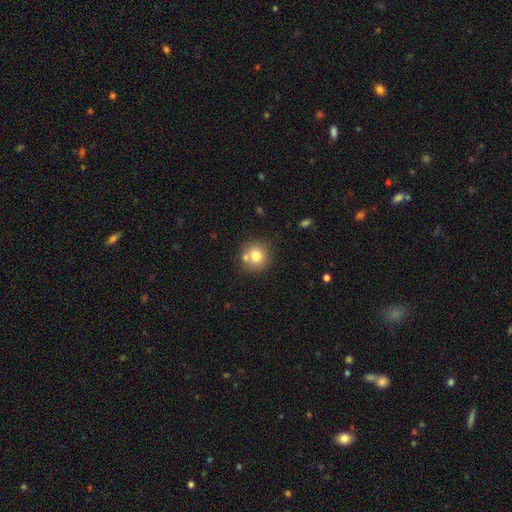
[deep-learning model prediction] Smooth or featured?
  - smooth: 76% *
  - featured or disk: 13%
  - star or artifact: 11%
How rounded?
  - round: 90% *
  - in between: 9%
  - cigar-shaped: 1%
Merging?
  - none: 68% *
  - merger: 19%
  - minor disturbance: 10%
  - major disturbance: 3%